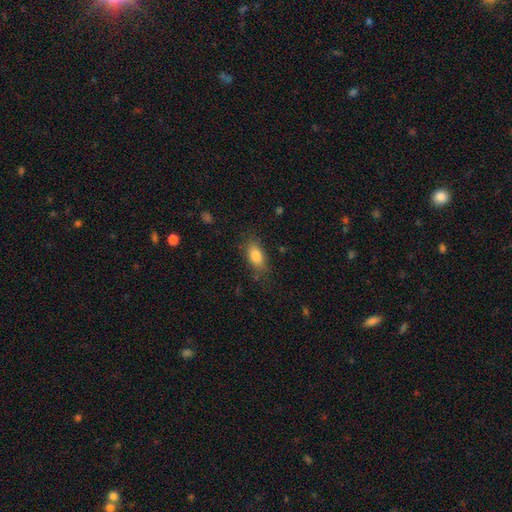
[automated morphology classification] Smooth or featured?
  - smooth: 83% *
  - featured or disk: 9%
  - star or artifact: 8%
How rounded?
  - in between: 87% *
  - cigar-shaped: 7%
  - round: 6%
Merging?
  - none: 76% *
  - minor disturbance: 16%
  - major disturbance: 6%
  - merger: 2%